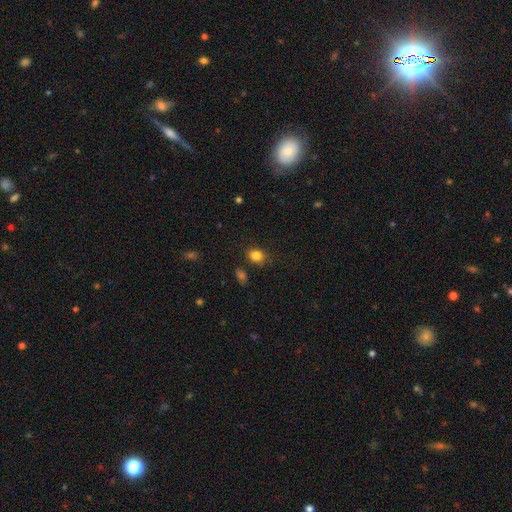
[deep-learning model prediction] Smooth or featured? smooth (83%)
How rounded? in between (58%)
Merging? none (80%)